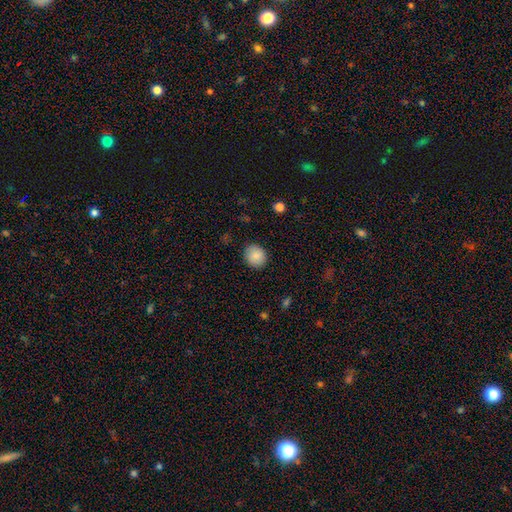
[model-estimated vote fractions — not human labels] smooth 86%, star or artifact 8%, featured or disk 6%. Down the decision tree: how rounded — round (74%); merging — none (87%).